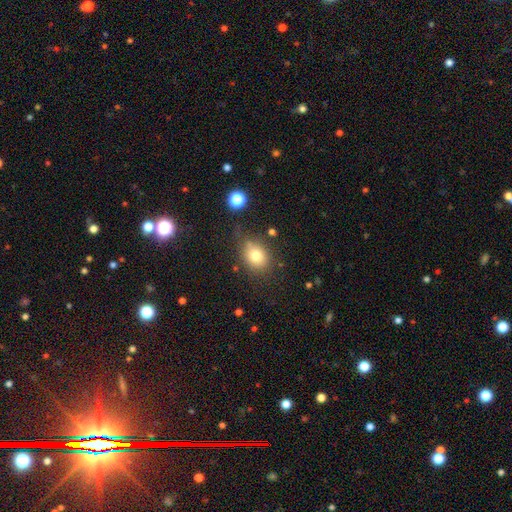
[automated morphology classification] A smooth galaxy with no disk features (78%) that is in between round and cigar-shaped (51%). Merging: none (72%).